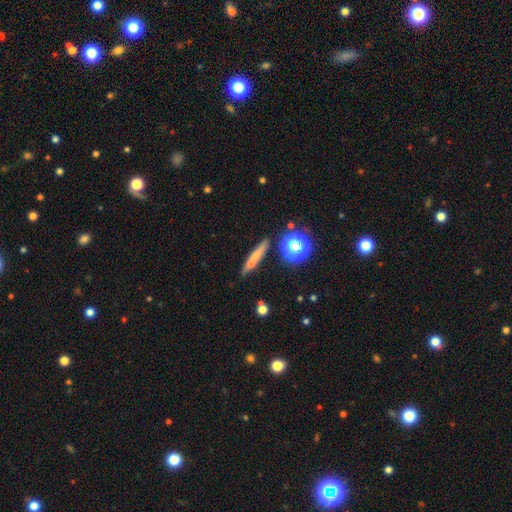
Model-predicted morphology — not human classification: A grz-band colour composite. It shows a smooth galaxy with no disk features (46%). Merging: none (80%).